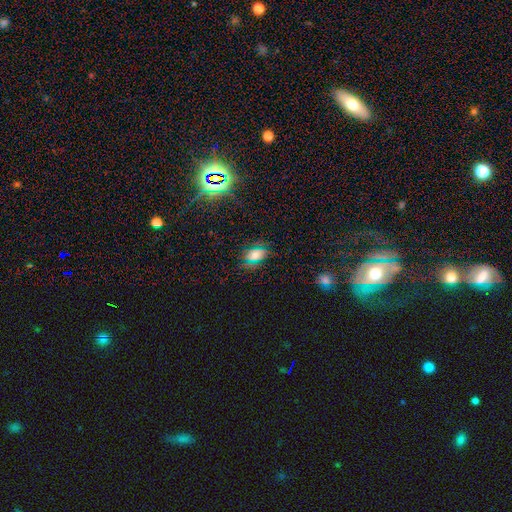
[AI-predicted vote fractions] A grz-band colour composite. It shows a smooth galaxy with no disk features (53%) that is in between round and cigar-shaped (78%). Merging: none (77%).